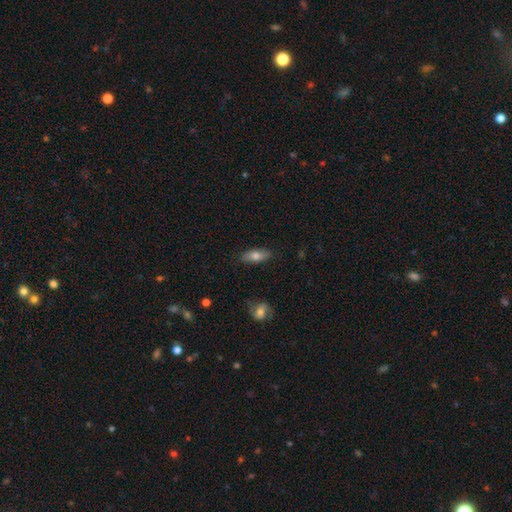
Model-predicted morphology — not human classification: This is likely a smooth galaxy (73%). How rounded: likely in between (76%). Merging: clearly none (85%).